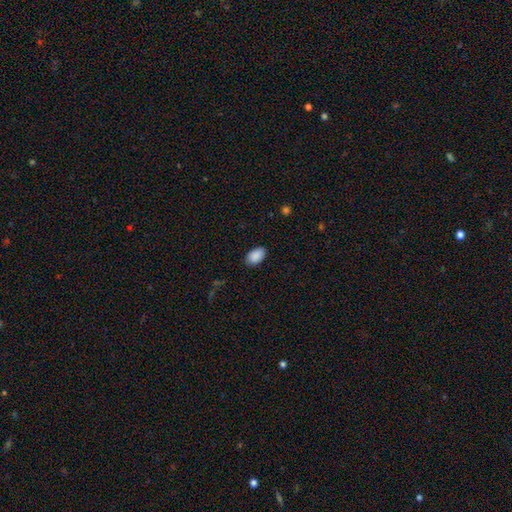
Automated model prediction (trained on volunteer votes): A smooth galaxy with no disk features (90%) that is in between round and cigar-shaped (93%). Merging: none (86%).